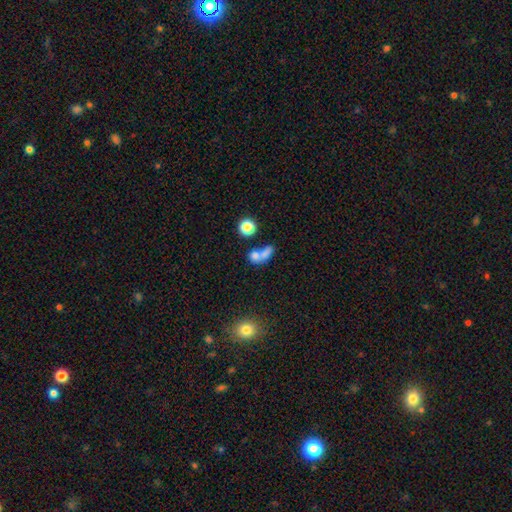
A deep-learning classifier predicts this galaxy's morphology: Q: Smooth or featured?
A: smooth (70%); runner-up: featured or disk (16%)
Q: How rounded?
A: in between (50%); runner-up: round (44%)
Q: Merging?
A: merger (57%); runner-up: none (26%)